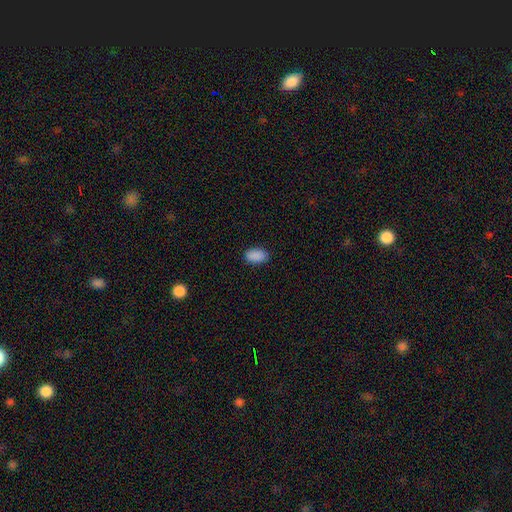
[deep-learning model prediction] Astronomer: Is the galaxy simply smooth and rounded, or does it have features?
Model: smooth — 90%.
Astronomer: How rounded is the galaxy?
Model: in between — 93%.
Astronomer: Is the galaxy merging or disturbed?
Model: none — 88%.